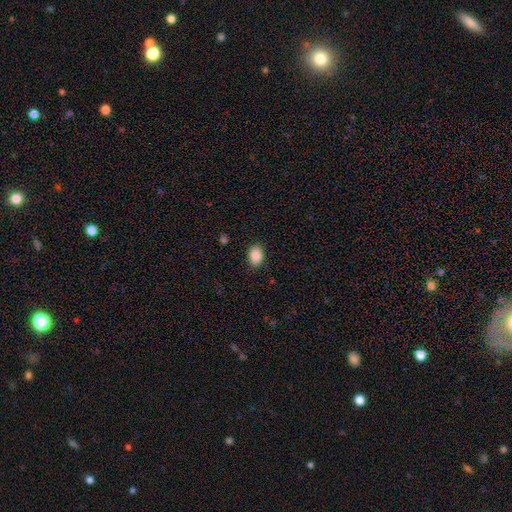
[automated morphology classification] Smooth or featured?
  - smooth: 88% *
  - star or artifact: 8%
  - featured or disk: 4%
How rounded?
  - in between: 77% *
  - round: 22%
  - cigar-shaped: 1%
Merging?
  - none: 87% *
  - minor disturbance: 10%
  - major disturbance: 2%
  - merger: 1%